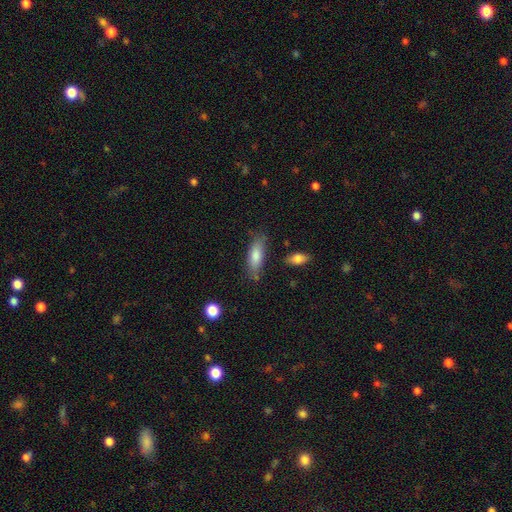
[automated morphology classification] This appears to be a smooth galaxy with no disk features (77%) that is in between round and cigar-shaped (66%). Merging: none (73%).